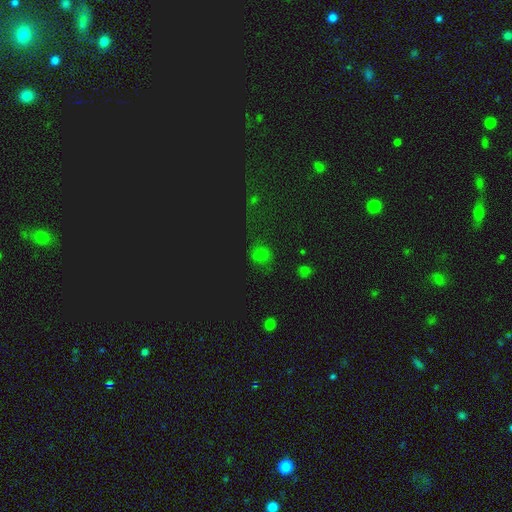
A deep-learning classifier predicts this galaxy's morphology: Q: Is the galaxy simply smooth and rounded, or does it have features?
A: star or artifact — 55%.